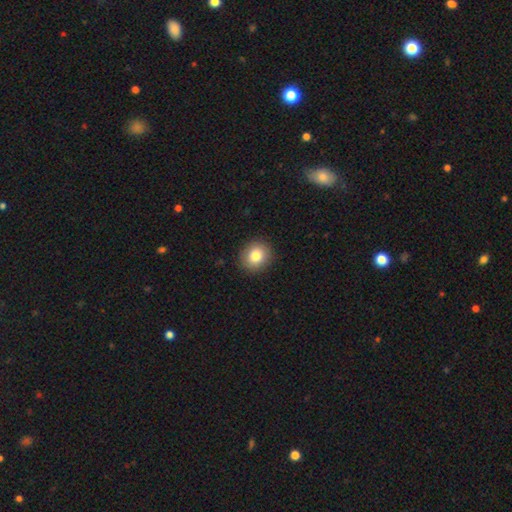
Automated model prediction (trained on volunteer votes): This appears to be a smooth galaxy with no disk features (82%) that is round (82%). Merging: none (91%).